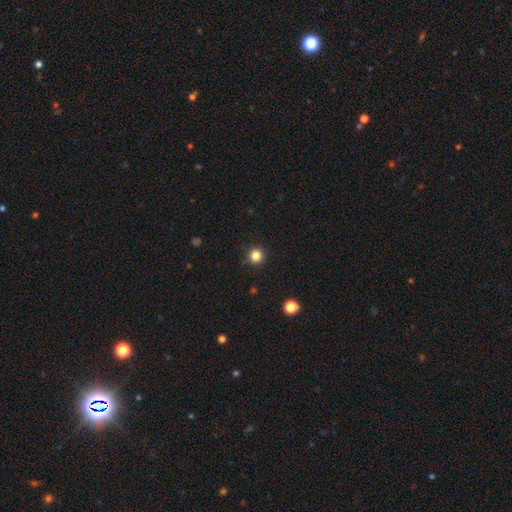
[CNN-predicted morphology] smooth 84%, star or artifact 12%, featured or disk 4%. Down the decision tree: how rounded — round (94%); merging — none (91%).